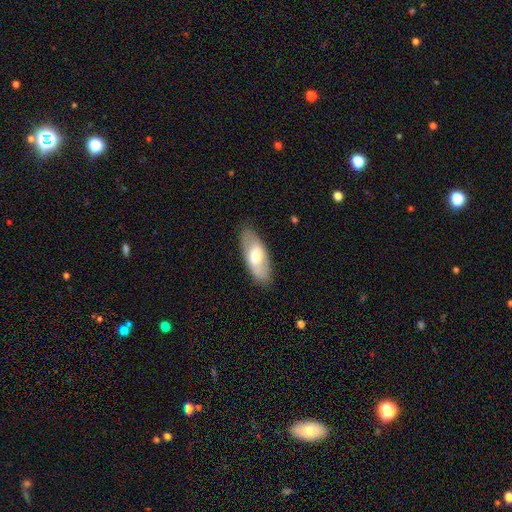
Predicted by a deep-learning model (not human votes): Morphology: type=smooth (58%); roundness=in between (83%); merging=none (83%).